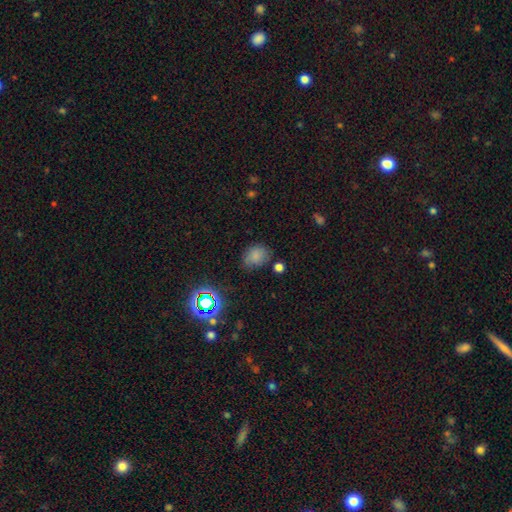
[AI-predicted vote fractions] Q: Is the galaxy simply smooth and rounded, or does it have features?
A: smooth — 73%.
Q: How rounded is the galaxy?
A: in between — 52%.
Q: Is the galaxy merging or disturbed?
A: none — 69%.